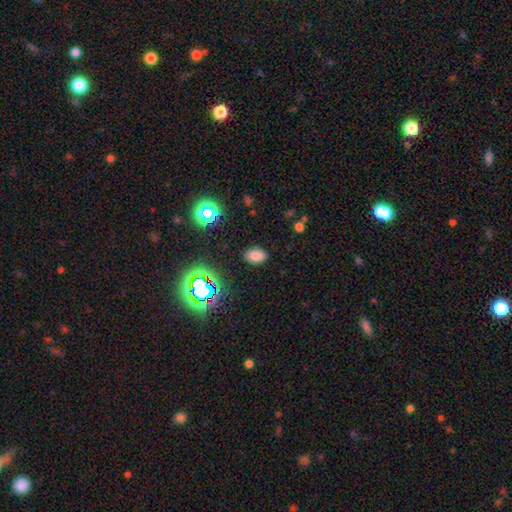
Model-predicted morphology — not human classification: This is likely a smooth galaxy (75%). How rounded: clearly in between (85%). Merging: clearly none (86%).